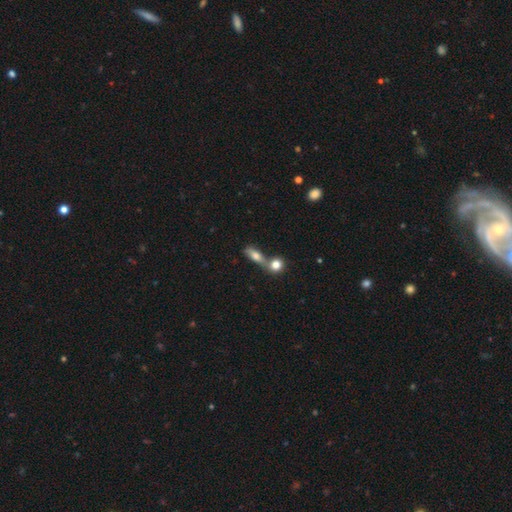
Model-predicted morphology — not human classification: type=smooth (72%); roundness=in between (59%); merging=merger (50%).